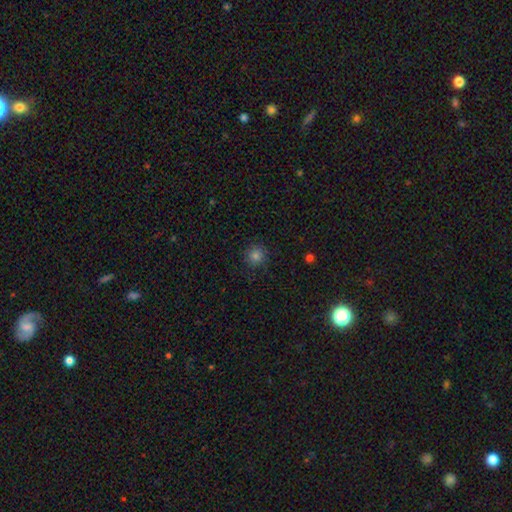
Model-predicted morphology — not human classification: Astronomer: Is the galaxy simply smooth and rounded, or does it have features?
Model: smooth — 80%.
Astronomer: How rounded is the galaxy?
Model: round — 93%.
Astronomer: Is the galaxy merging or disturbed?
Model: none — 87%.